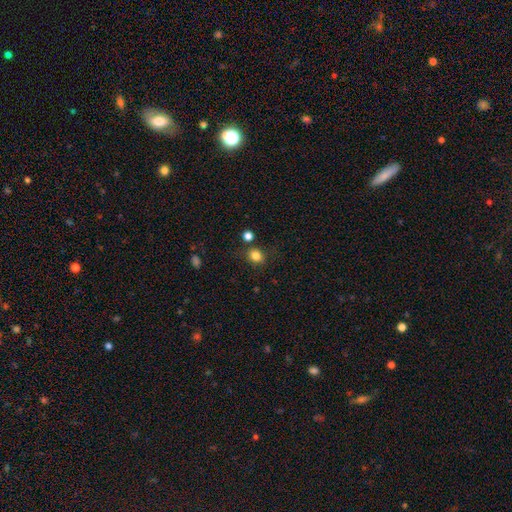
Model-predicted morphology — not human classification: type=smooth (82%); roundness=round (71%); merging=none (76%).